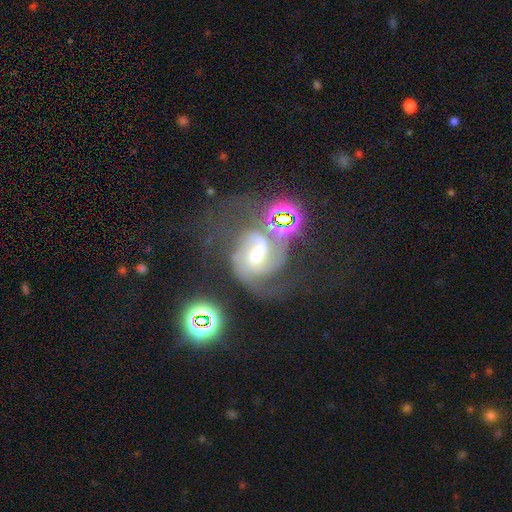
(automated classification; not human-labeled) smooth_or_featured: featured or disk (p=0.77) [alt: star or artifact p=0.15]
disk_edge_on: no (p=0.97) [alt: yes p=0.03]
bar: weak (p=0.45) [alt: no p=0.30]
has_spiral_arms: yes (p=0.93) [alt: no p=0.07]
spiral_winding: medium (p=0.50) [alt: loose p=0.32]
spiral_arm_count: 2 (p=0.66) [alt: can't tell p=0.12]
bulge_size: moderate (p=0.48) [alt: small p=0.40]
merging: none (p=0.34) [alt: merger p=0.27]